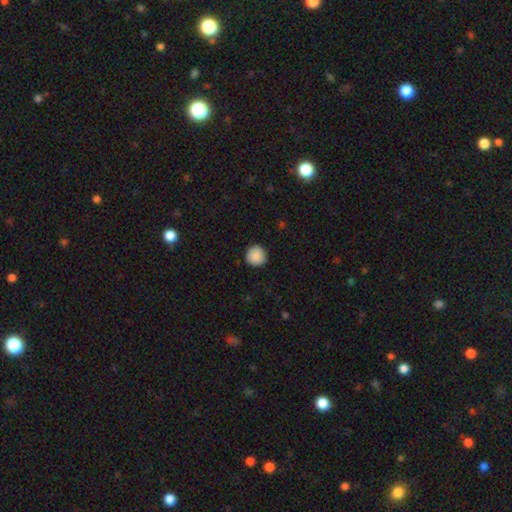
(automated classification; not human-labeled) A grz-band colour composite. It shows a smooth galaxy with no disk features (89%) that is round (95%). Merging: none (90%).